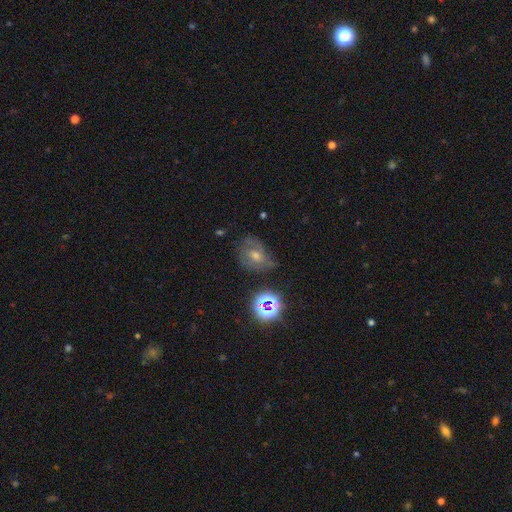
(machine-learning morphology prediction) Smooth or featured?
  - featured or disk: 47% *
  - star or artifact: 29%
  - smooth: 24%
Merging?
  - none: 61% *
  - minor disturbance: 23%
  - major disturbance: 13%
  - merger: 3%